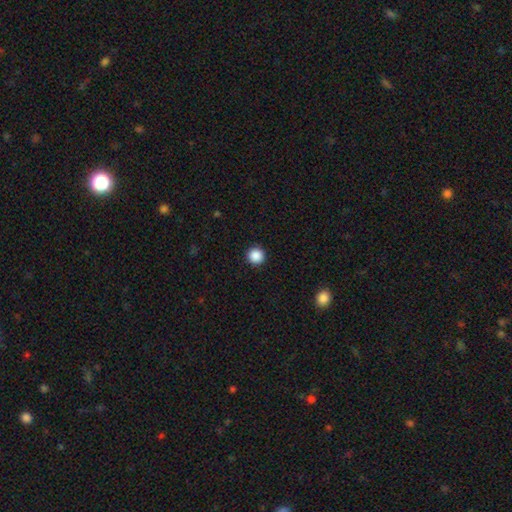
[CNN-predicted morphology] type=smooth (88%); roundness=round (96%); merging=none (93%).